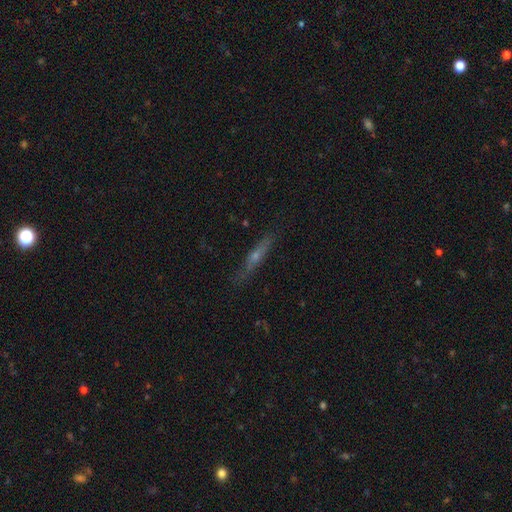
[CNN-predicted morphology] smooth_or_featured: featured or disk (p=0.60) [alt: smooth p=0.29]
disk_edge_on: yes (p=0.90) [alt: no p=0.10]
edge_on_bulge: rounded (p=0.78) [alt: none p=0.17]
merging: none (p=0.82) [alt: minor disturbance p=0.14]